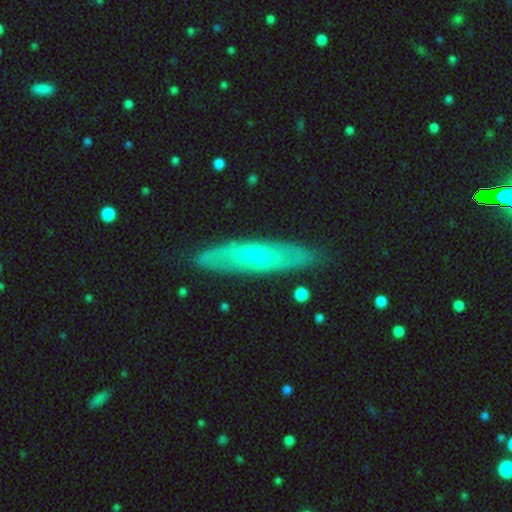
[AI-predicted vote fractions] The model was most divided on "smooth or featured": featured or disk: 52%, smooth: 42%, star or artifact: 6%. More confident: merging — none (83%); edge-on disk — yes (56%).